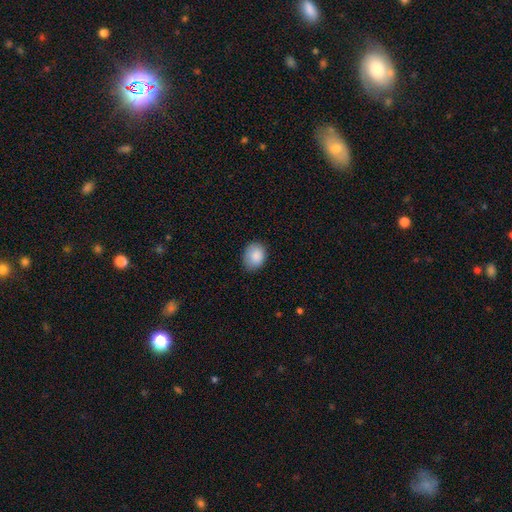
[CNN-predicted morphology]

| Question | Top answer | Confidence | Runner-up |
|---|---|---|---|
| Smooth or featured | smooth | 88% | star or artifact (7%) |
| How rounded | in between | 54% | round (46%) |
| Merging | none | 77% | minor disturbance (19%) |